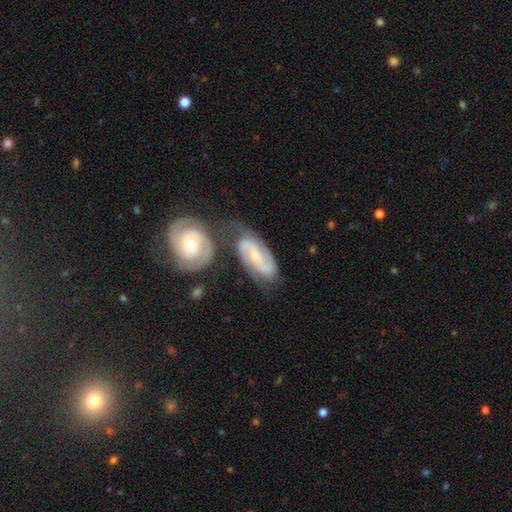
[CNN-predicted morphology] featured or disk 83%, smooth 12%, star or artifact 5%. Down the decision tree: edge-on disk — no (95%); bar — weak (44%); spiral arms — yes (96%); spiral arm count — 2 (89%); spiral winding — medium (49%); bulge size — small (60%); merging — none (50%).